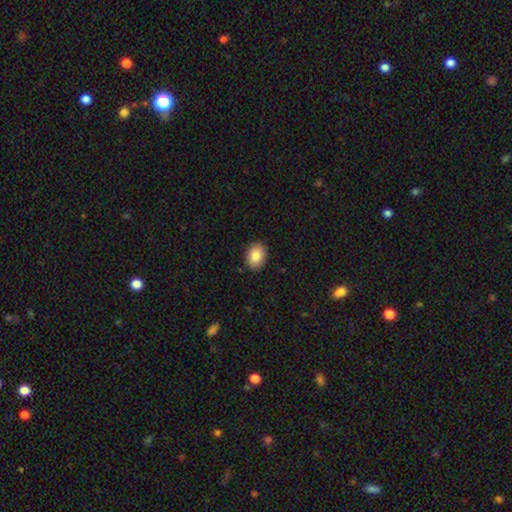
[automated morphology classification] This appears to be a smooth galaxy with no disk features (86%) that is in between round and cigar-shaped (73%). Merging: none (89%).